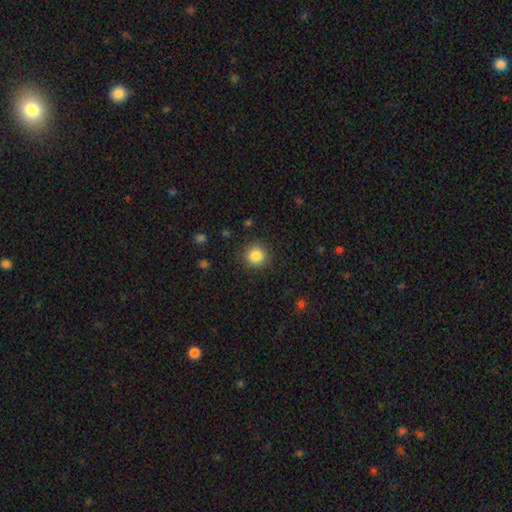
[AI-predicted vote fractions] smooth 85%, star or artifact 10%, featured or disk 5%. Down the decision tree: how rounded — round (94%); merging — none (90%).